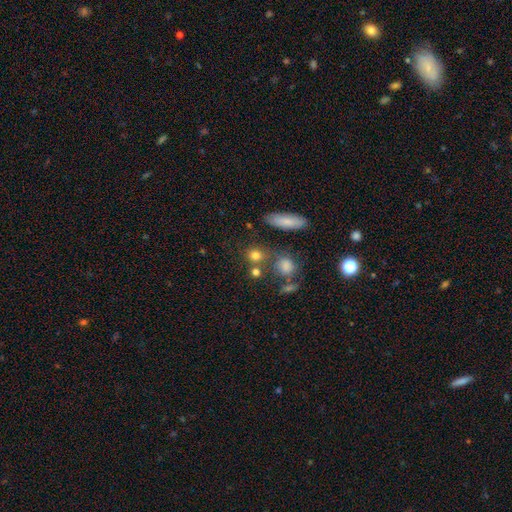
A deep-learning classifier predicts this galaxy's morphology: This is likely a smooth galaxy (76%). How rounded: likely round (74%). Merging: likely none (65%).